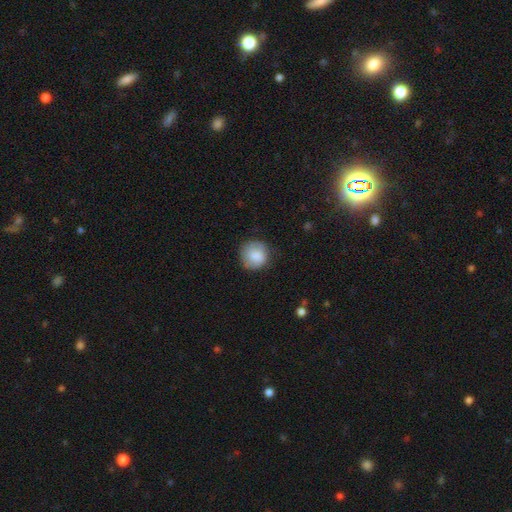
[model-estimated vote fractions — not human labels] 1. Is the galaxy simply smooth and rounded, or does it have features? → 83% smooth, 10% featured or disk, 7% star or artifact.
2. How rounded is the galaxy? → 89% round, 10% in between, 1% cigar-shaped.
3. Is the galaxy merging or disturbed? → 76% none, 18% minor disturbance, 5% major disturbance, 1% merger.